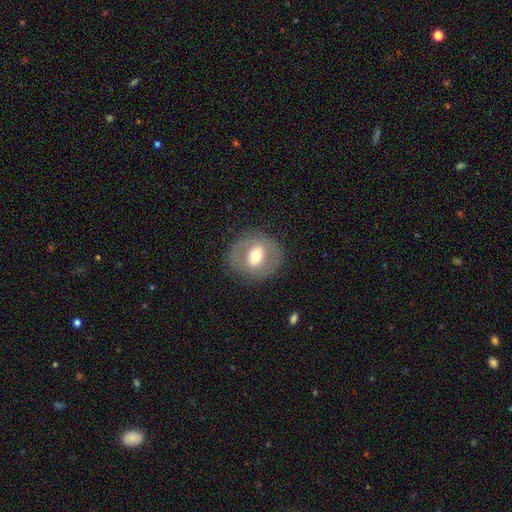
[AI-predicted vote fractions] smooth-or-featured: featured or disk: 51% | smooth: 42% | star or artifact: 8%
  disk-edge-on: no: 94% | yes: 6%
  merging: none: 82% | minor disturbance: 11% | major disturbance: 6% | merger: 1%